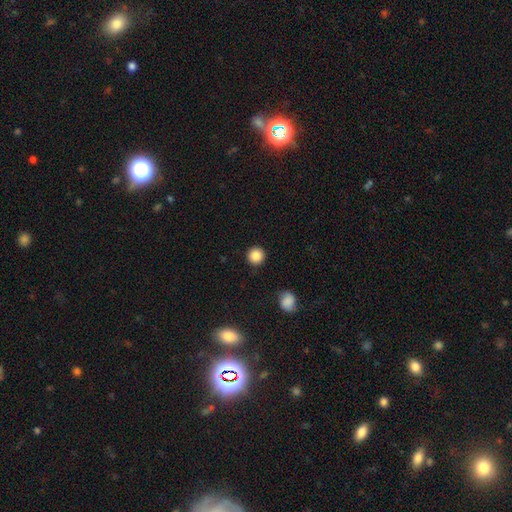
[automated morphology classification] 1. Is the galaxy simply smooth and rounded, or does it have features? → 86% smooth, 9% star or artifact, 5% featured or disk.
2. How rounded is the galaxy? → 95% round, 4% in between, 1% cigar-shaped.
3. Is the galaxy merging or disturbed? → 91% none, 5% minor disturbance, 2% major disturbance, 1% merger.